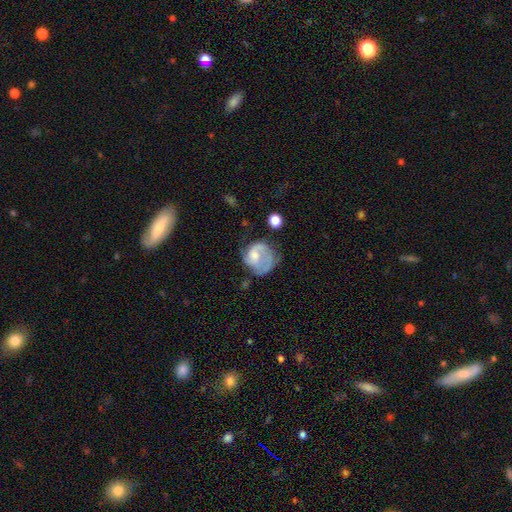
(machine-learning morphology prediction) Smooth or featured?
  - featured or disk: 59% *
  - smooth: 34%
  - star or artifact: 7%
Edge-on disk?
  - no: 98% *
  - yes: 2%
Bar?
  - no: 62% *
  - weak: 32%
  - strong: 5%
Spiral arms?
  - yes: 78% *
  - no: 22%
Bulge size?
  - moderate: 45% *
  - small: 28%
  - none: 15%
  - large: 10%
  - dominant: 2%
Merging?
  - none: 38% *
  - major disturbance: 31%
  - minor disturbance: 26%
  - merger: 5%